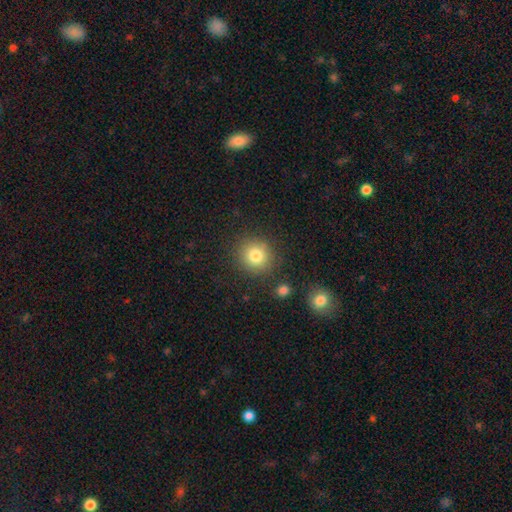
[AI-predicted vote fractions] The model was most divided on "smooth or featured": smooth: 81%, star or artifact: 11%, featured or disk: 8%. More confident: how rounded — round (90%); merging — none (86%).